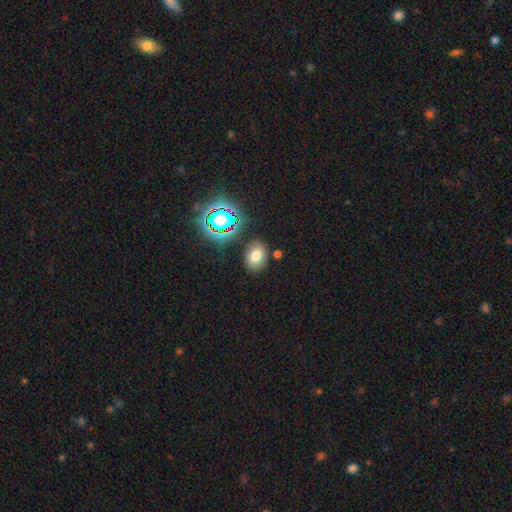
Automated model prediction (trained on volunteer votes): Overall: smooth (71%). How rounded: in between (76%). Merging: none (83%).